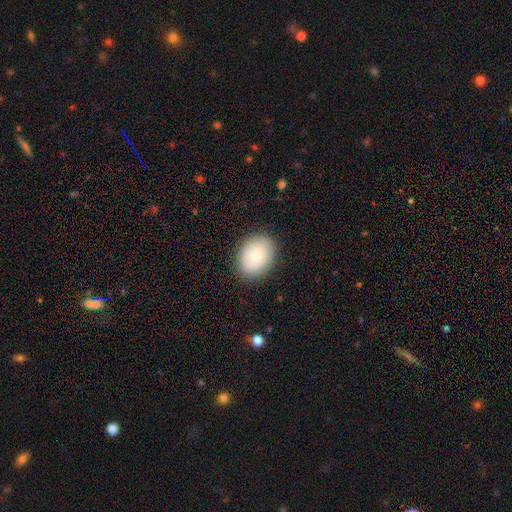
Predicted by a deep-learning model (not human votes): Smooth or featured: smooth — 79% (featured or disk — 14%)
How rounded: in between — 69% (round — 30%)
Merging: none — 87% (minor disturbance — 10%)